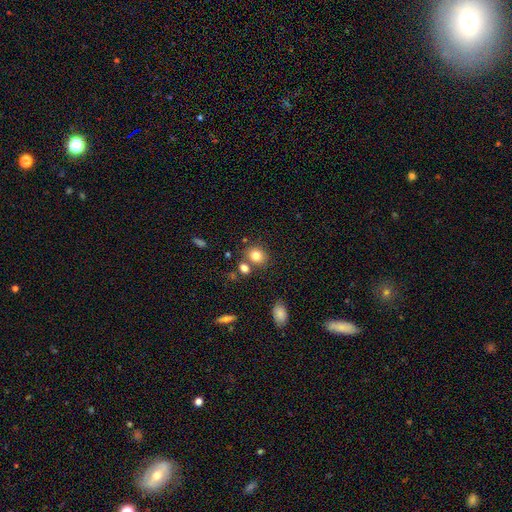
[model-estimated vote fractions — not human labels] This is clearly a smooth galaxy (80%). How rounded: likely round (66%). Merging: likely none (72%).